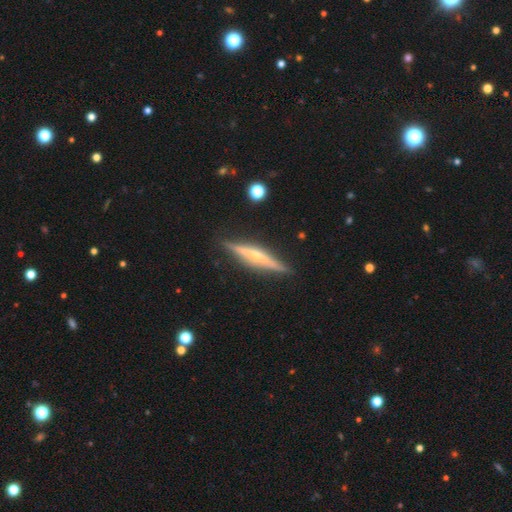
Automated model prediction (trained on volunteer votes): Q: Smooth or featured?
A: featured or disk (74%); runner-up: smooth (20%)
Q: Edge-on disk?
A: yes (97%); runner-up: no (3%)
Q: Edge-on bulge?
A: rounded (71%); runner-up: none (21%)
Q: Merging?
A: none (87%); runner-up: minor disturbance (9%)